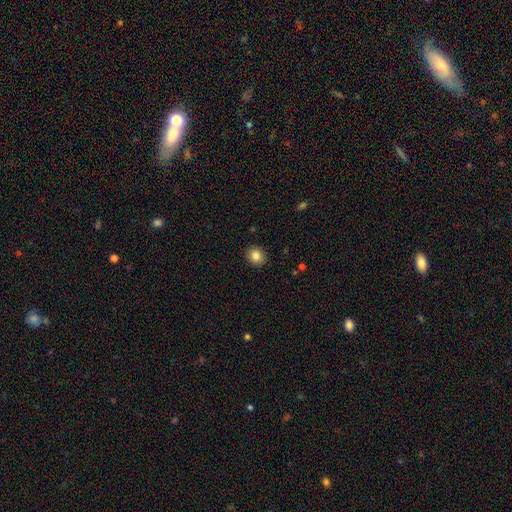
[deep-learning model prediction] Smooth or featured? smooth (84%)
How rounded? round (80%)
Merging? none (91%)